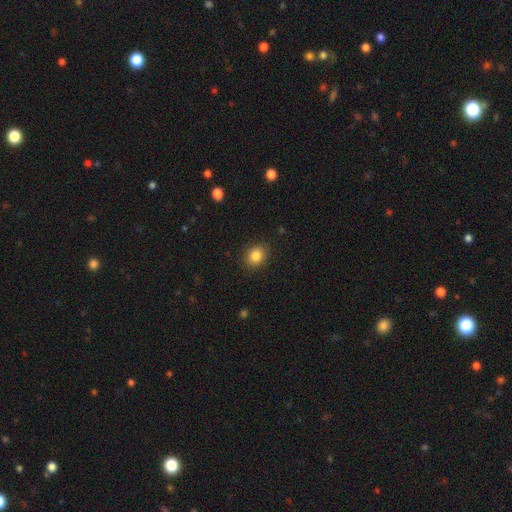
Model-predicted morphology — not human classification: This appears to be a smooth galaxy with no disk features (85%) that is round (57%). Merging: none (87%).